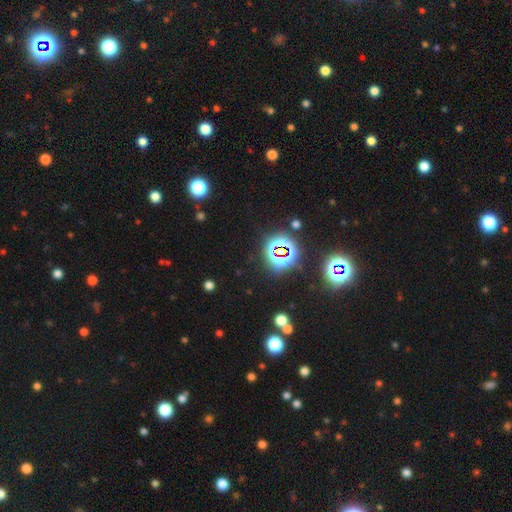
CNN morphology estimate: Q: Smooth or featured?
A: star or artifact (81%); runner-up: smooth (12%)